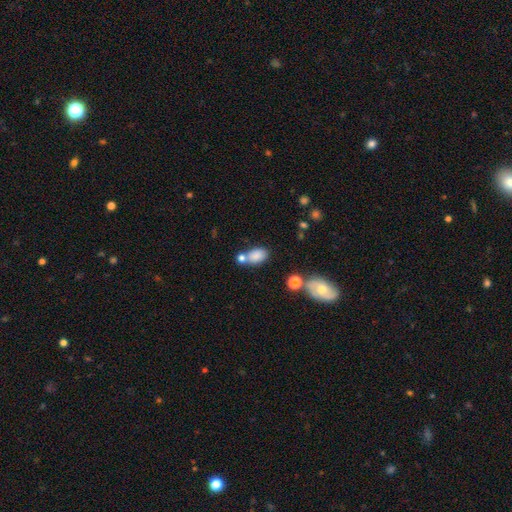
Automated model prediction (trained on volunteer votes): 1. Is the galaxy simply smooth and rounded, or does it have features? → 81% smooth, 10% featured or disk, 10% star or artifact.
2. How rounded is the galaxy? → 86% in between, 12% round, 2% cigar-shaped.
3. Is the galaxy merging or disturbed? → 48% none, 30% merger, 16% minor disturbance, 6% major disturbance.